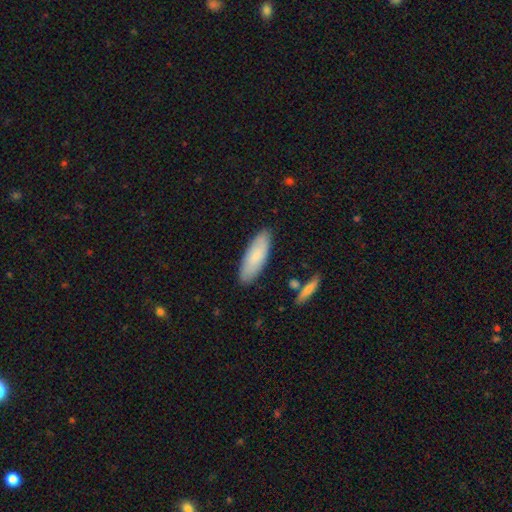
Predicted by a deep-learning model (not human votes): Q: Smooth or featured?
A: smooth (79%); runner-up: featured or disk (15%)
Q: How rounded?
A: in between (65%); runner-up: cigar-shaped (34%)
Q: Merging?
A: none (86%); runner-up: minor disturbance (10%)